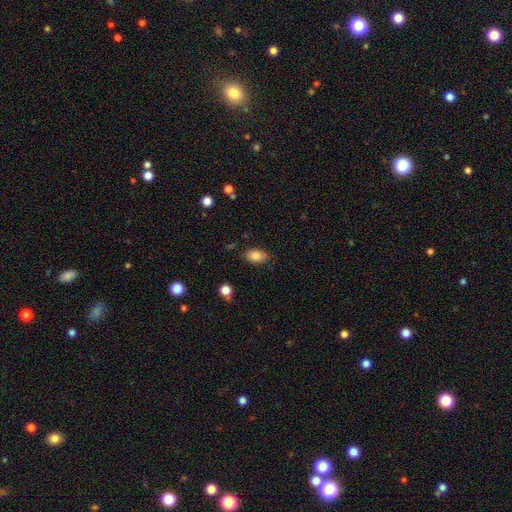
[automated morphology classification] type=smooth (83%); roundness=in between (89%); merging=none (79%).